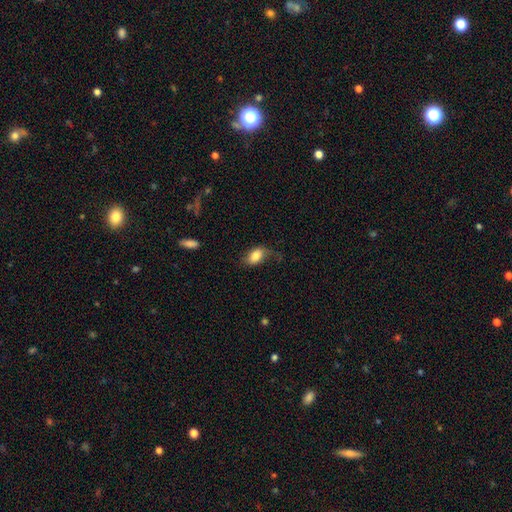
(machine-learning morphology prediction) Overall: smooth (78%). How rounded: in between (89%). Merging: none (55%; minor disturbance 27%).